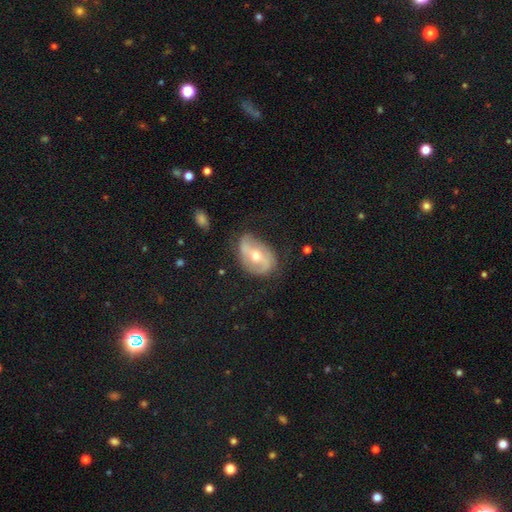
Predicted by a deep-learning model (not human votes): Smooth or featured? featured or disk (70%)
Edge-on disk? no (94%)
Bar? strong (37%)
Spiral arms? yes (75%)
Bulge size? moderate (62%)
Merging? none (63%)